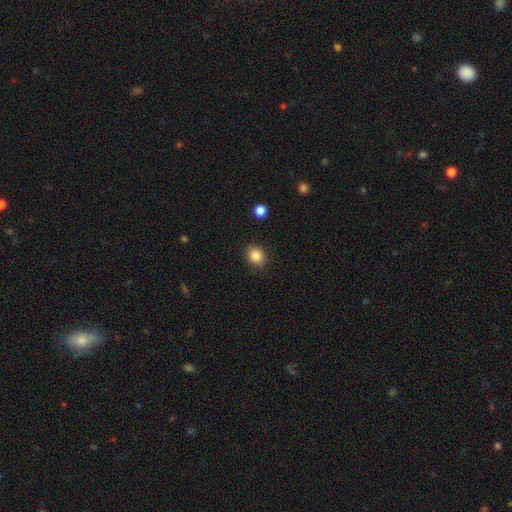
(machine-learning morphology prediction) Smooth or featured?
  - smooth: 85% *
  - star or artifact: 10%
  - featured or disk: 5%
How rounded?
  - round: 58% *
  - in between: 41%
  - cigar-shaped: 1%
Merging?
  - none: 86% *
  - minor disturbance: 10%
  - major disturbance: 2%
  - merger: 1%